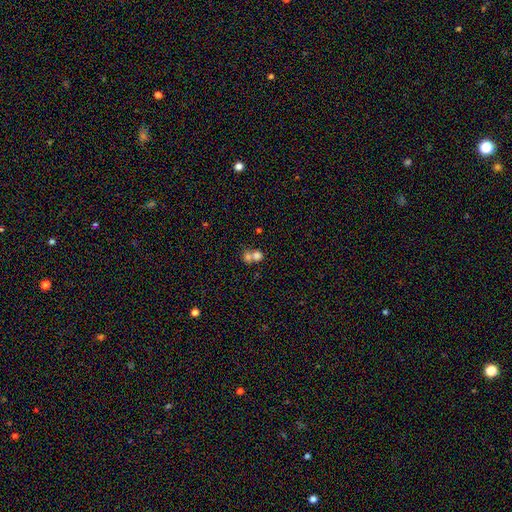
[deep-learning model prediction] A smooth galaxy with no disk features (75%) that is round (77%).

Vote fractions:
- Smooth or featured? smooth: 75% / featured or disk: 13% / star or artifact: 12%
- How rounded? round: 77% / in between: 22% / cigar-shaped: 1%
- Merging? merger: 63% / none: 29% / minor disturbance: 5% / major disturbance: 3%